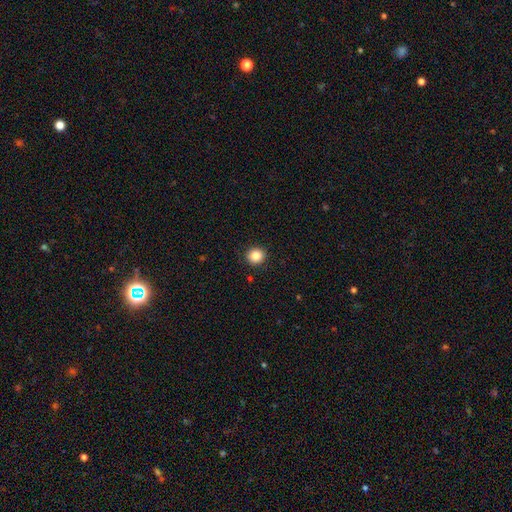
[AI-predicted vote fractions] This appears to be a smooth galaxy with no disk features (86%) that is round (91%). Merging: none (91%).